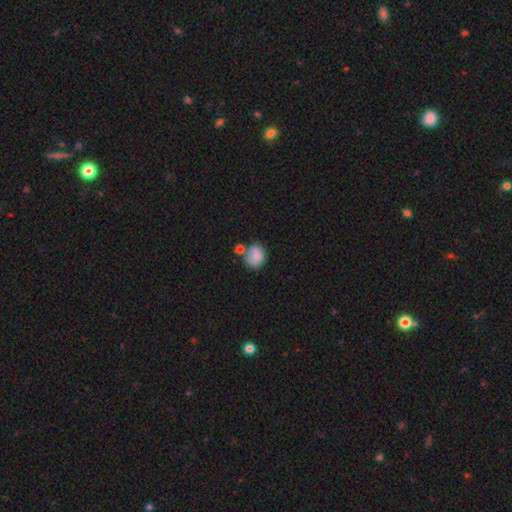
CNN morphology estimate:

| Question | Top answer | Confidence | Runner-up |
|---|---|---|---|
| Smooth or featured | smooth | 81% | featured or disk (10%) |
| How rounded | round | 62% | in between (37%) |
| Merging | none | 53% | merger (21%) |